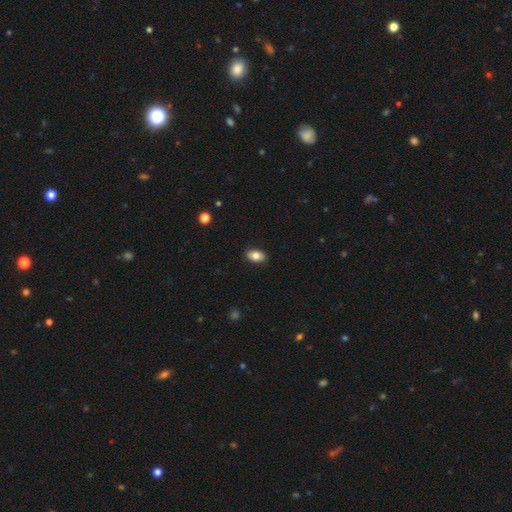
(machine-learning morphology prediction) Q: Smooth or featured?
A: smooth (80%); runner-up: featured or disk (13%)
Q: How rounded?
A: in between (90%); runner-up: round (8%)
Q: Merging?
A: none (88%); runner-up: minor disturbance (9%)